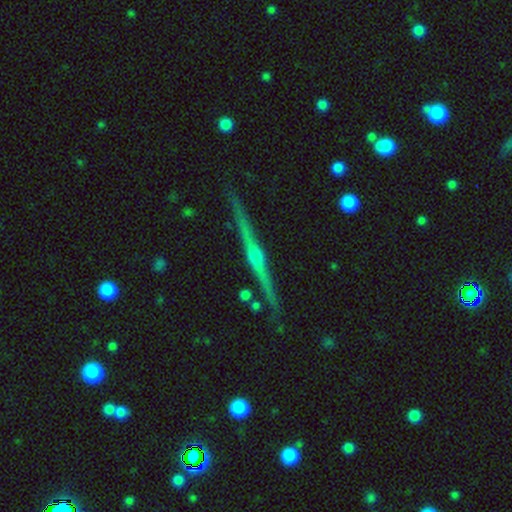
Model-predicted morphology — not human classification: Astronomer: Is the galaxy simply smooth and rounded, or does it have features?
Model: featured or disk — 85%.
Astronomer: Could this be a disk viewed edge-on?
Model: yes — 98%.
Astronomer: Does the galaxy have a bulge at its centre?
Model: rounded — 93%.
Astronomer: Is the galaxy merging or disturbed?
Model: none — 88%.